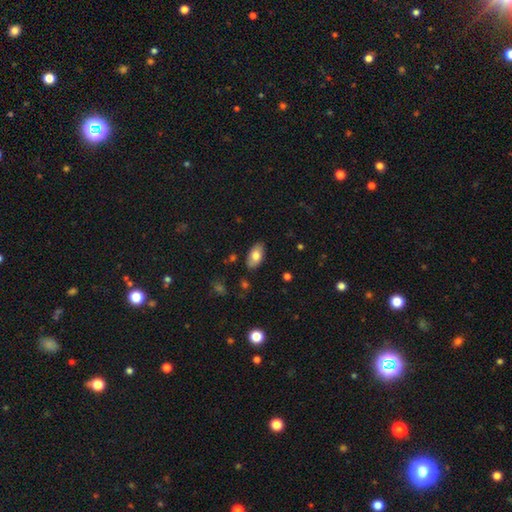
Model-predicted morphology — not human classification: smooth-or-featured: smooth: 76% | featured or disk: 17% | star or artifact: 7%
  how-rounded: in between: 94% | round: 4% | cigar-shaped: 2%
  merging: none: 83% | minor disturbance: 13% | major disturbance: 2% | merger: 2%